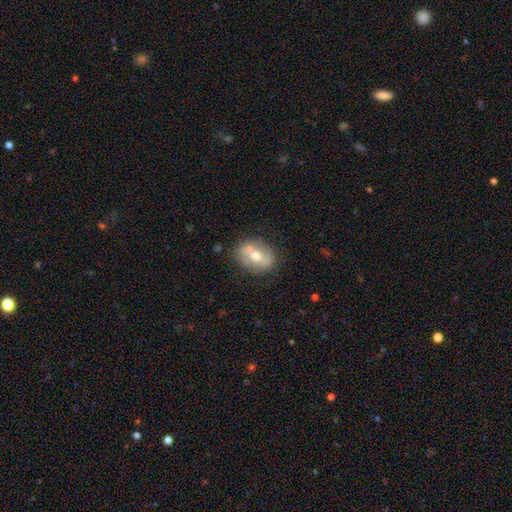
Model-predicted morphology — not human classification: A featured or disk galaxy (53%). Merging: none (78%).